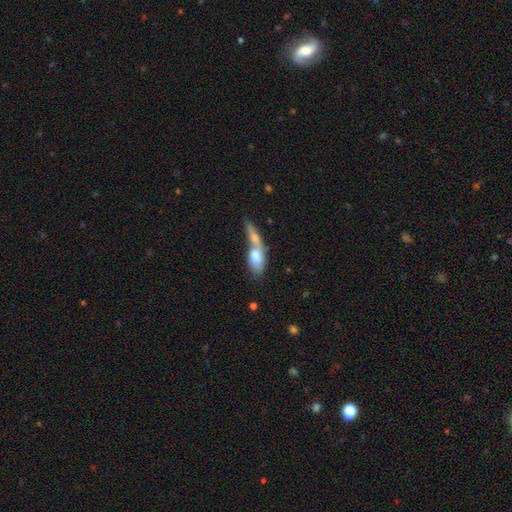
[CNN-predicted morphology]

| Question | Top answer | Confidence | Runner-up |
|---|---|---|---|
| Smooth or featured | smooth | 73% | featured or disk (21%) |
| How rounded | in between | 75% | cigar-shaped (19%) |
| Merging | merger | 67% | none (20%) |